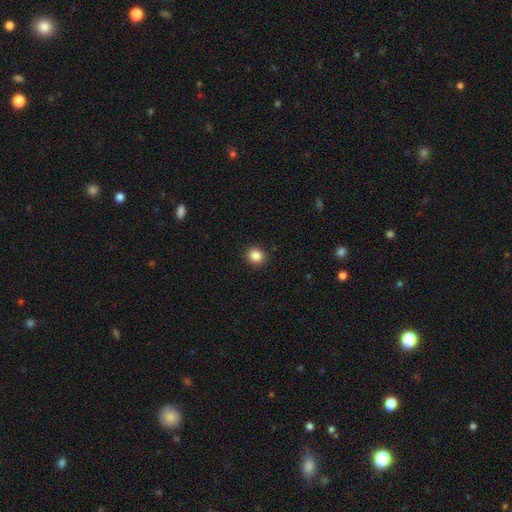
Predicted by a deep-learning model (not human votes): Overall: smooth (86%). How rounded: round (87%). Merging: none (92%).